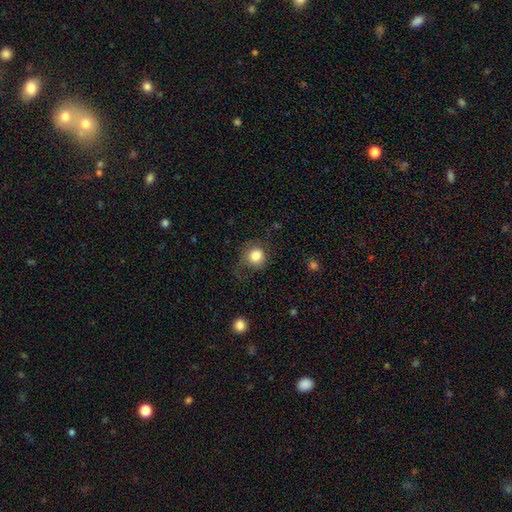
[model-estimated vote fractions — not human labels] Morphology: type=smooth (80%); roundness=round (83%); merging=none (57%).